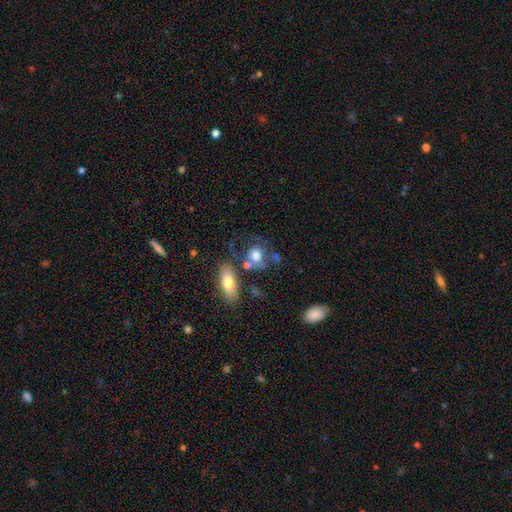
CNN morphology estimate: Q: Smooth or featured?
A: smooth (73%); runner-up: featured or disk (18%)
Q: How rounded?
A: round (52%); runner-up: in between (45%)
Q: Merging?
A: none (43%); runner-up: merger (25%)